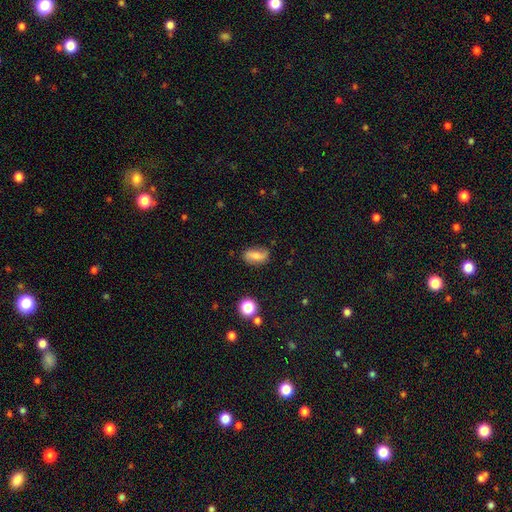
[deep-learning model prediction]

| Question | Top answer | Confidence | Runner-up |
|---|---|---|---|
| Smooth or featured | smooth | 59% | featured or disk (30%) |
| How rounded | in between | 85% | round (9%) |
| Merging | none | 67% | minor disturbance (23%) |